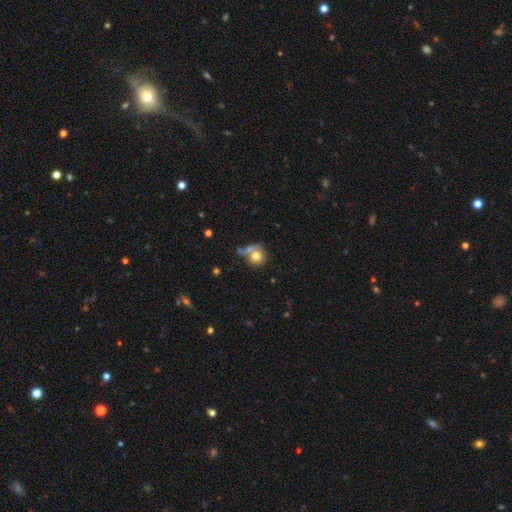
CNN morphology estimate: Overall: smooth (76%). How rounded: round (85%). Merging: none (45%; merger 30%).